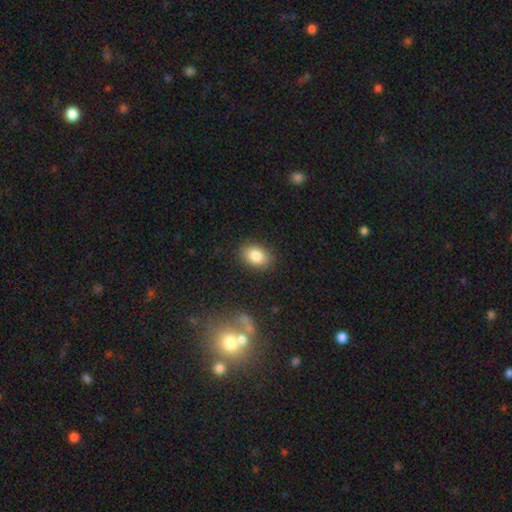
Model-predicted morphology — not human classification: Smooth or featured: smooth — 85% (star or artifact — 8%)
How rounded: in between — 85% (round — 13%)
Merging: none — 86% (minor disturbance — 10%)